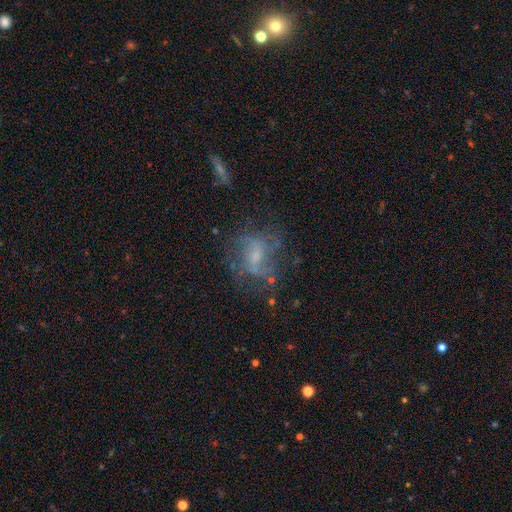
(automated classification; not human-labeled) Morphology: type=featured or disk (62%); edge-on=no (97%); bar=no (51%); spiral arms=yes (62%); bulge=small (45%); merging=none (54%).